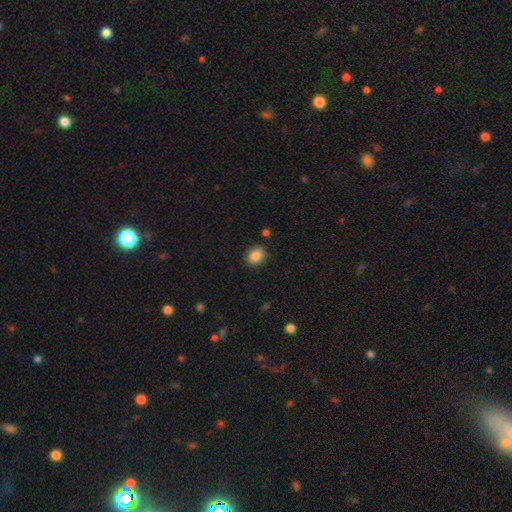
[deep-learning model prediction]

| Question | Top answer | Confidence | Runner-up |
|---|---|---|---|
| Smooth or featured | smooth | 88% | star or artifact (9%) |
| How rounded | in between | 53% | round (46%) |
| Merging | none | 86% | minor disturbance (9%) |